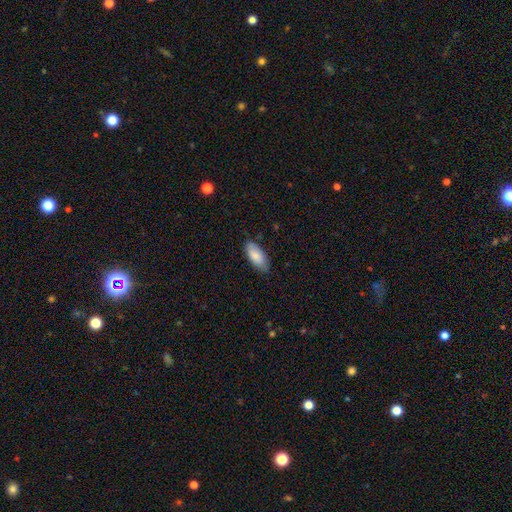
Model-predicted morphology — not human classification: smooth 84%, featured or disk 10%, star or artifact 6%. Down the decision tree: how rounded — in between (89%); merging — none (79%).